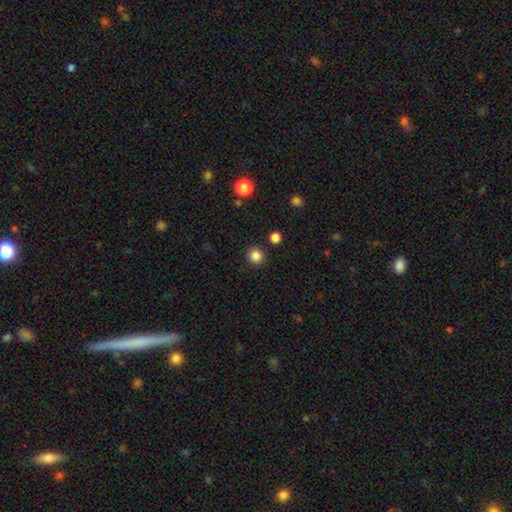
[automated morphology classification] Smooth or featured: smooth — 85% (star or artifact — 12%)
How rounded: round — 94% (in between — 5%)
Merging: none — 91% (minor disturbance — 5%)